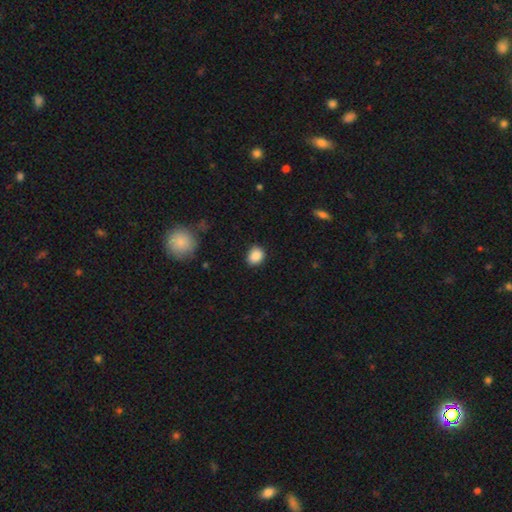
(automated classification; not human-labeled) smooth 88%, star or artifact 9%, featured or disk 4%. Down the decision tree: how rounded — round (53%); merging — none (84%).